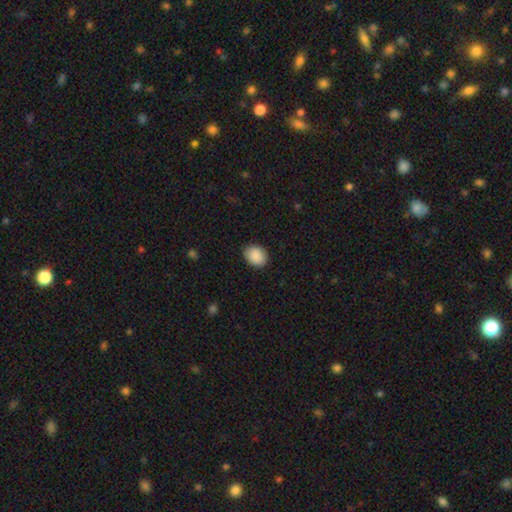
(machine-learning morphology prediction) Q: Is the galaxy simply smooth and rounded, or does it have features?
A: smooth — 90%.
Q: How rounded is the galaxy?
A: in between — 50%.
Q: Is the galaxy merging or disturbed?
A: none — 86%.